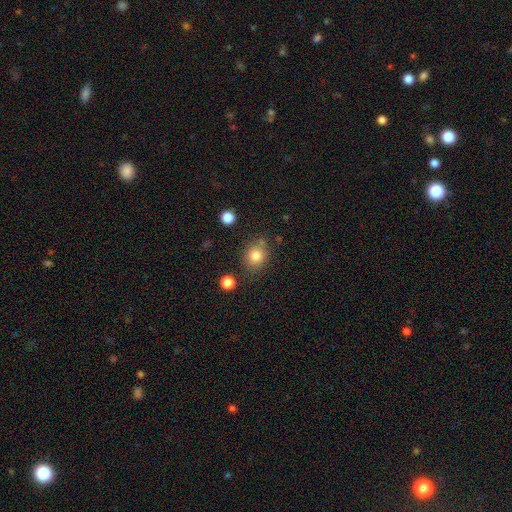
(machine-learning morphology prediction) Smooth or featured? Predicted: smooth (p=0.82). How rounded? Predicted: round (p=0.79). Merging? Predicted: none (p=0.76).